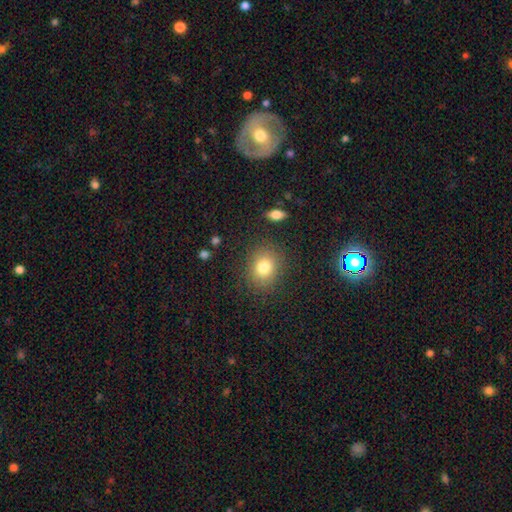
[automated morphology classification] smooth_or_featured: smooth (p=0.59) [alt: star or artifact p=0.26]
how_rounded: round (p=0.85) [alt: in between p=0.14]
merging: none (p=0.87) [alt: minor disturbance p=0.08]